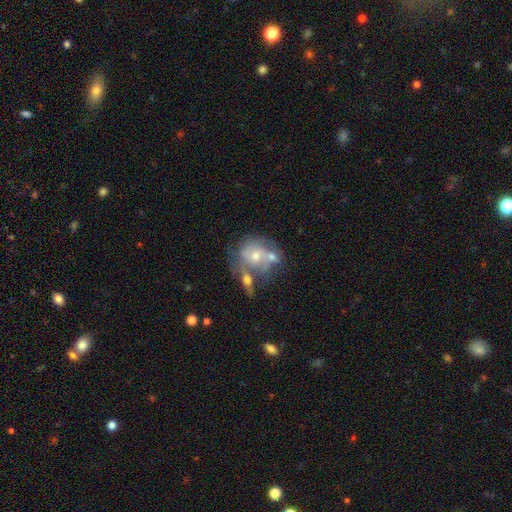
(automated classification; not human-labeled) Smooth or featured: featured or disk — 59% (smooth — 30%)
Edge-on disk: no — 96% (yes — 4%)
Bar: no — 75% (weak — 20%)
Spiral arms: yes — 55% (no — 45%)
Bulge size: moderate — 50% (small — 44%)
Merging: merger — 45% (none — 29%)